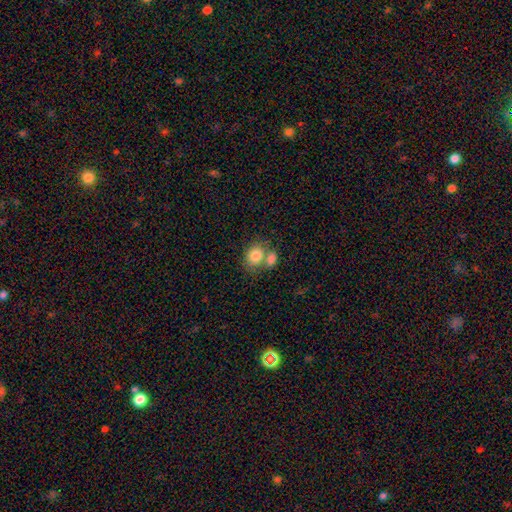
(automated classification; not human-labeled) This is clearly a smooth galaxy (81%). How rounded: possibly round (53%). Merging: marginally merger (44%).